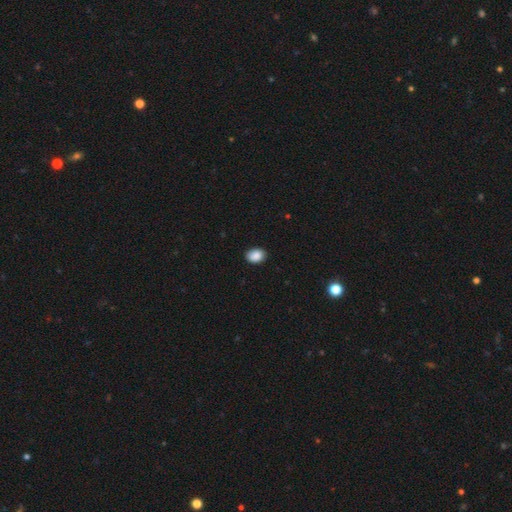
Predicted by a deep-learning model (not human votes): Morphology: type=smooth (89%); roundness=in between (72%); merging=none (87%).